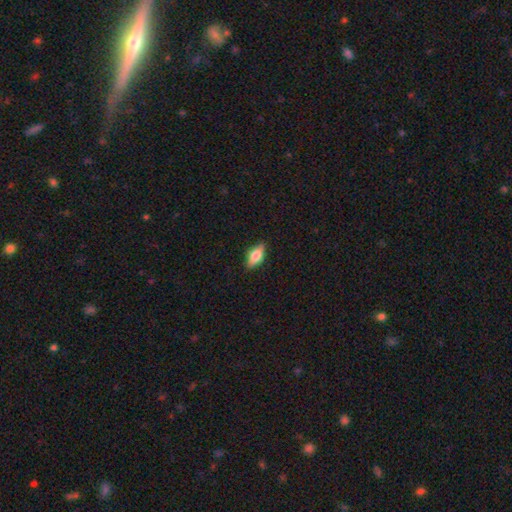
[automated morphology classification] smooth_or_featured: smooth (p=0.67) [alt: featured or disk p=0.26]
how_rounded: in between (p=0.80) [alt: cigar-shaped p=0.16]
merging: none (p=0.86) [alt: minor disturbance p=0.11]